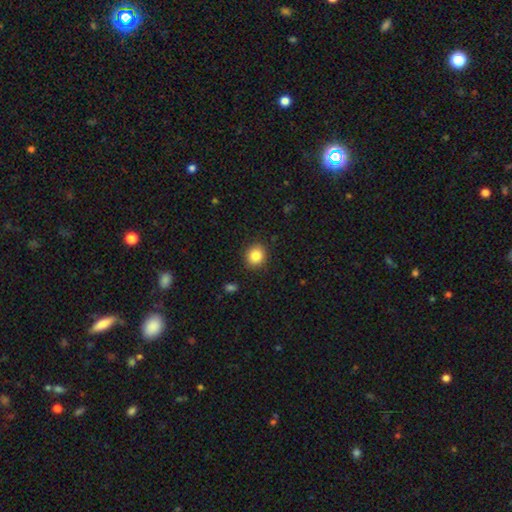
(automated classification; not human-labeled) smooth_or_featured: smooth (p=0.85) [alt: star or artifact p=0.10]
how_rounded: round (p=0.80) [alt: in between p=0.19]
merging: none (p=0.89) [alt: minor disturbance p=0.08]